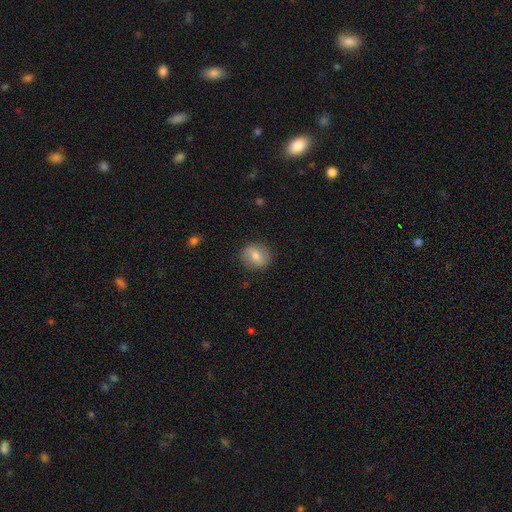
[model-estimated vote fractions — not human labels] Smooth or featured: smooth — 75% (featured or disk — 18%)
How rounded: round — 74% (in between — 25%)
Merging: none — 85% (minor disturbance — 11%)